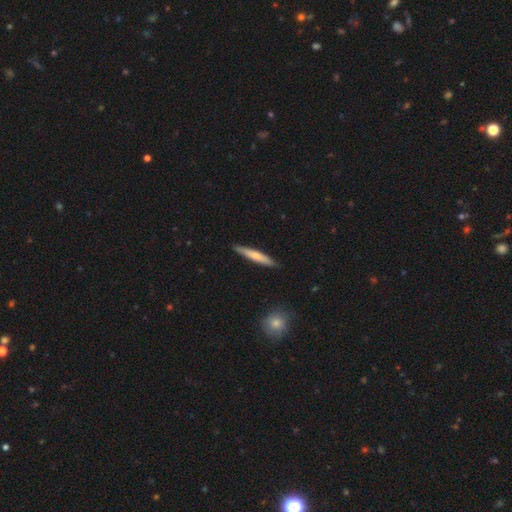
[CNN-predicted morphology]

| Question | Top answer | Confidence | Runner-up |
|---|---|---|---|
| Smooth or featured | smooth | 65% | featured or disk (30%) |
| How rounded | cigar-shaped | 93% | in between (6%) |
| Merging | none | 89% | minor disturbance (8%) |